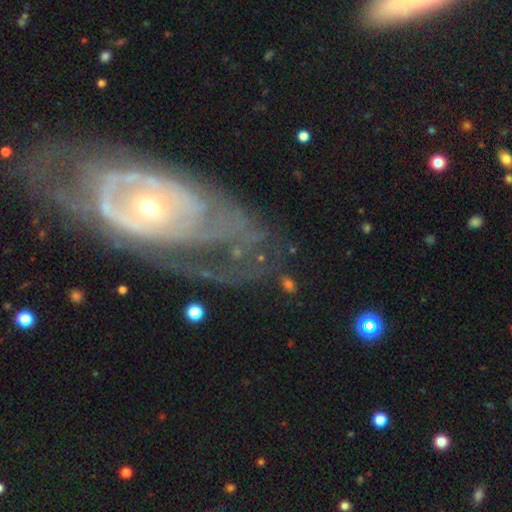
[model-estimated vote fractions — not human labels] Smooth or featured?
  - featured or disk: 78% *
  - smooth: 14%
  - star or artifact: 8%
Edge-on disk?
  - no: 92% *
  - yes: 8%
Bar?
  - no: 79% *
  - weak: 14%
  - strong: 7%
Spiral arms?
  - yes: 65% *
  - no: 35%
Bulge size?
  - small: 62% *
  - moderate: 33%
  - large: 3%
  - dominant: 1%
  - none: 1%
Merging?
  - none: 54% *
  - major disturbance: 23%
  - minor disturbance: 19%
  - merger: 4%